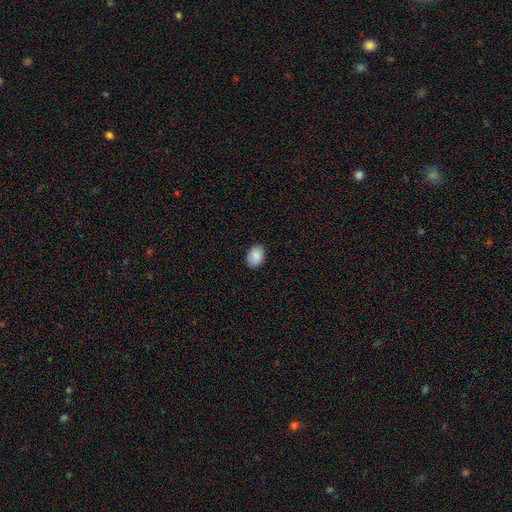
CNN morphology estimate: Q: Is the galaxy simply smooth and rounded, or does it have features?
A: smooth — 89%.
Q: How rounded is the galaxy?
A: in between — 72%.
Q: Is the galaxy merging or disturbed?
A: none — 87%.